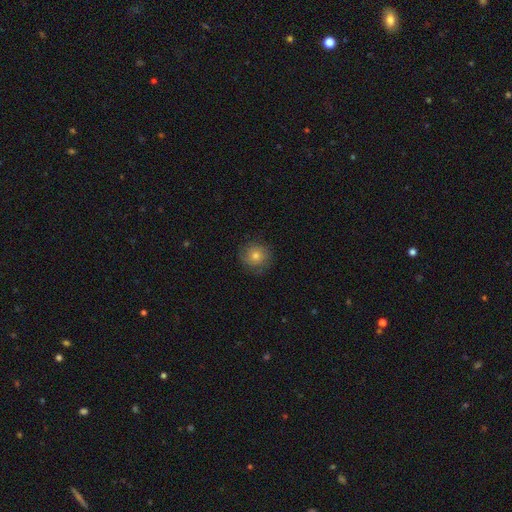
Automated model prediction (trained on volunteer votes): A smooth galaxy with no disk features (66%) that is round (92%). Merging: none (84%).